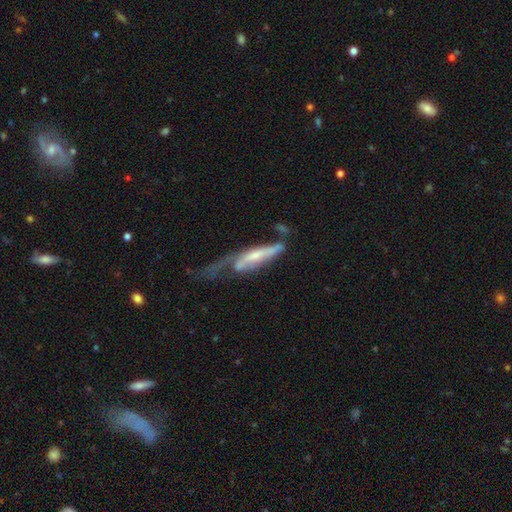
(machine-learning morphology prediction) This is likely a featured or disk galaxy (61%). It is possibly not viewed edge-on (56%). Merging: possibly major disturbance (45%).